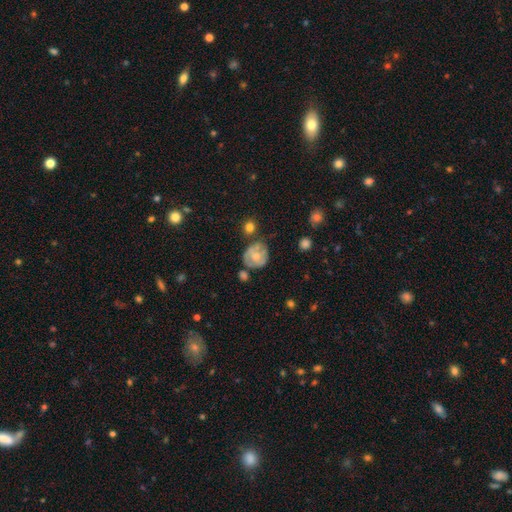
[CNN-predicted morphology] Smooth or featured? Predicted: featured or disk (p=0.48). Merging? Predicted: none (p=0.50).